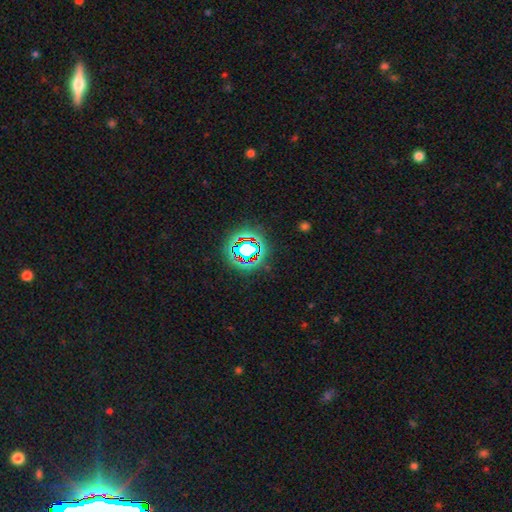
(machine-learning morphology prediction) Smooth or featured? Predicted: star or artifact (p=0.74).